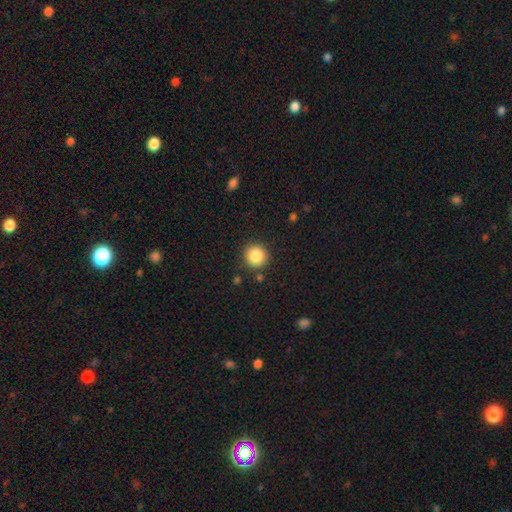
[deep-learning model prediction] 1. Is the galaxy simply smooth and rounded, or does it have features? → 85% smooth, 10% star or artifact, 5% featured or disk.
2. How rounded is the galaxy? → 93% round, 6% in between, 1% cigar-shaped.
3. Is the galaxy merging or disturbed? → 88% none, 7% minor disturbance, 2% major disturbance, 2% merger.